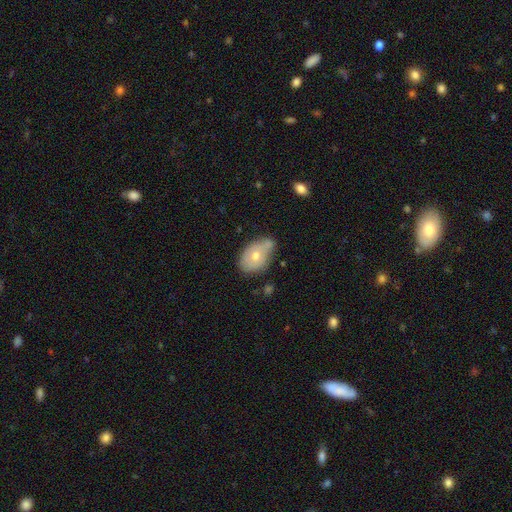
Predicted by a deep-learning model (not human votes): Smooth or featured? smooth (60%)
How rounded? in between (80%)
Merging? none (46%)